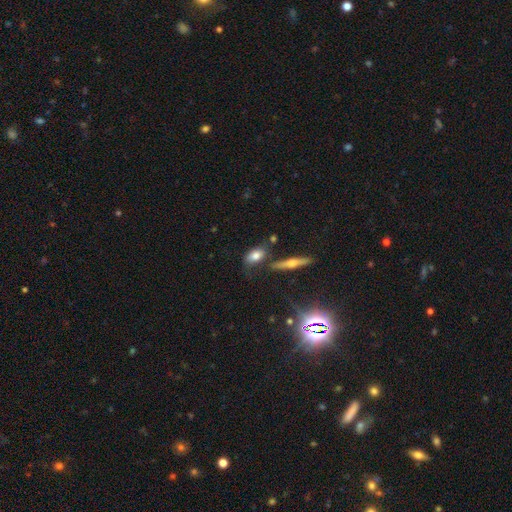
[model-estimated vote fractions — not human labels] Smooth or featured: smooth — 73% (featured or disk — 18%)
How rounded: in between — 84% (cigar-shaped — 8%)
Merging: none — 65% (minor disturbance — 18%)